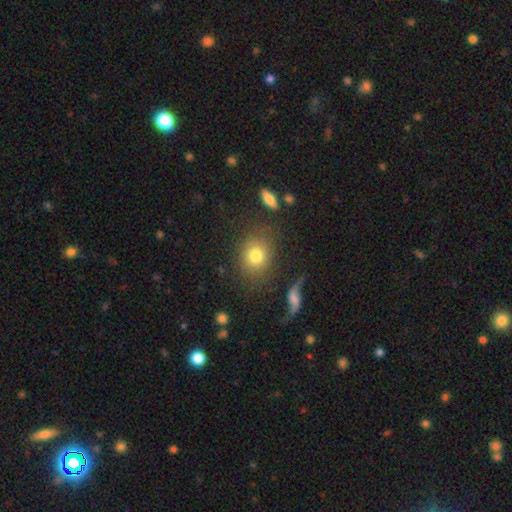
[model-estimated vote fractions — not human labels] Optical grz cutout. It shows a smooth galaxy with no disk features (76%) that is round (68%). Merging: none (75%).